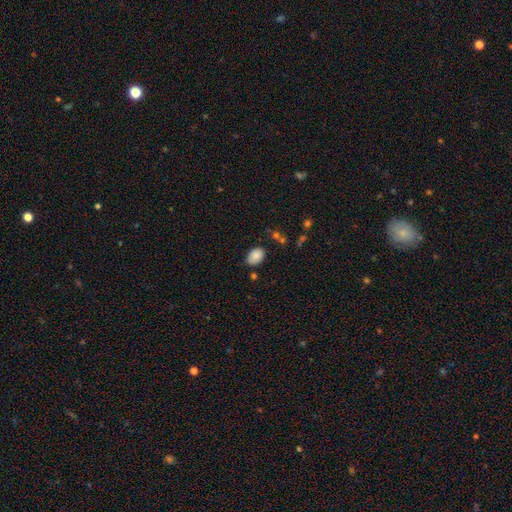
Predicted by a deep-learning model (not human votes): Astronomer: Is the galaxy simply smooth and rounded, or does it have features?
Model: smooth — 85%.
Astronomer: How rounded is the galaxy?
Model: in between — 81%.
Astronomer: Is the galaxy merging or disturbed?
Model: none — 68%.